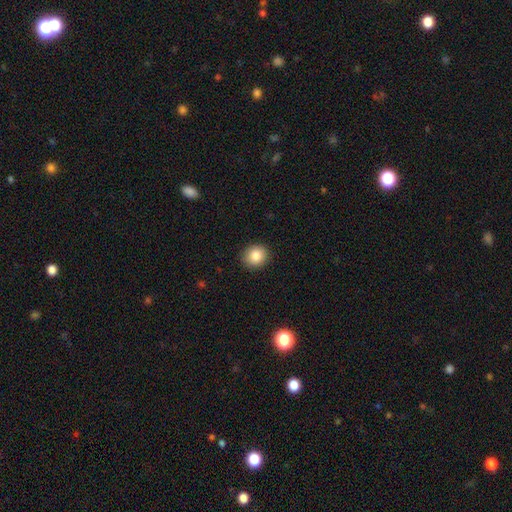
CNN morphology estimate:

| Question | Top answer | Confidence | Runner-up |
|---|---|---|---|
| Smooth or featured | smooth | 85% | star or artifact (9%) |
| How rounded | round | 77% | in between (22%) |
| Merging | none | 90% | minor disturbance (7%) |